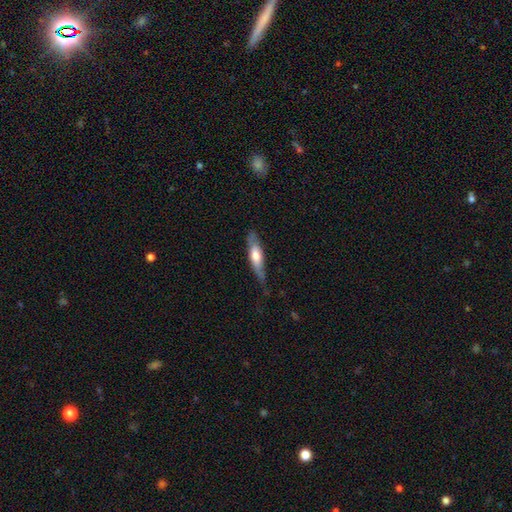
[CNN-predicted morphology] This appears to be a smooth galaxy with no disk features (50%). Merging: none (62%).